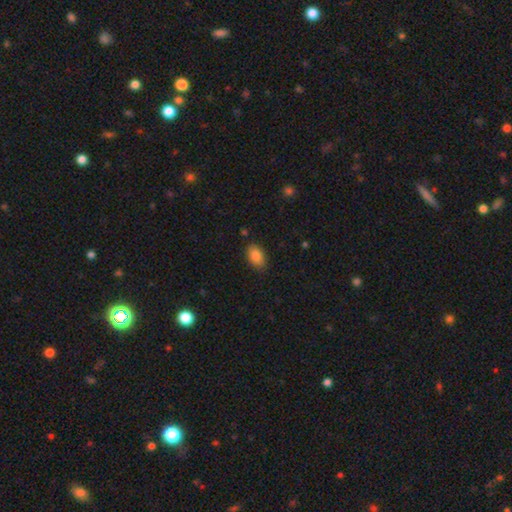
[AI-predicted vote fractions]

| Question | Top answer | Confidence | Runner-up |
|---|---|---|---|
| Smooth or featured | smooth | 85% | star or artifact (8%) |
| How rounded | in between | 90% | round (8%) |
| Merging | none | 81% | minor disturbance (15%) |